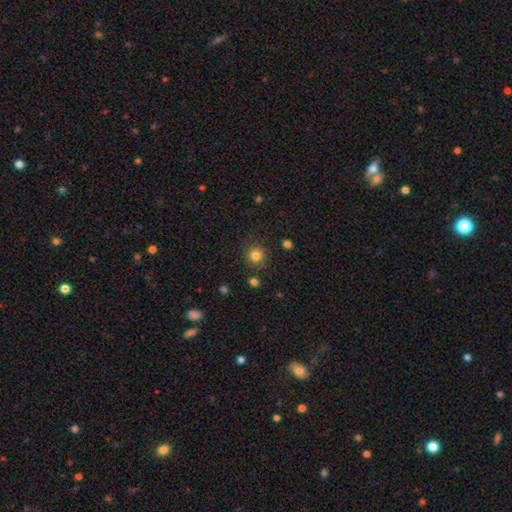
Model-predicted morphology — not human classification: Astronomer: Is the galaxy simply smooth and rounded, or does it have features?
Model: smooth — 82%.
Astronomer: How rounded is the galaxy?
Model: round — 93%.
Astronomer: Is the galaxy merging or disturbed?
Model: none — 87%.